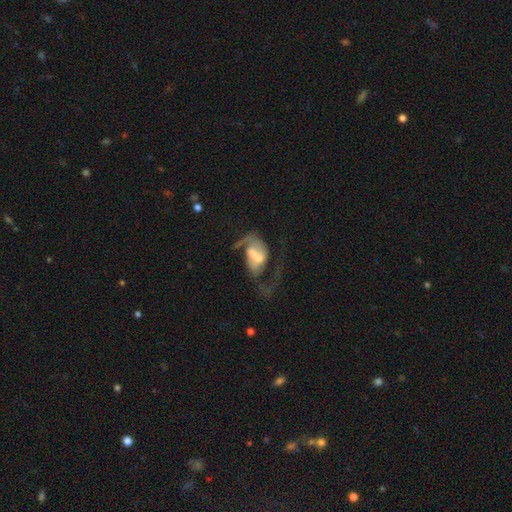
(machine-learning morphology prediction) Smooth or featured? Predicted: featured or disk (p=0.67). Edge-on disk? Predicted: no (p=0.97). Bar? Predicted: no (p=0.43). Spiral arms? Predicted: yes (p=0.74). Bulge size? Predicted: moderate (p=0.33). Merging? Predicted: major disturbance (p=0.39).